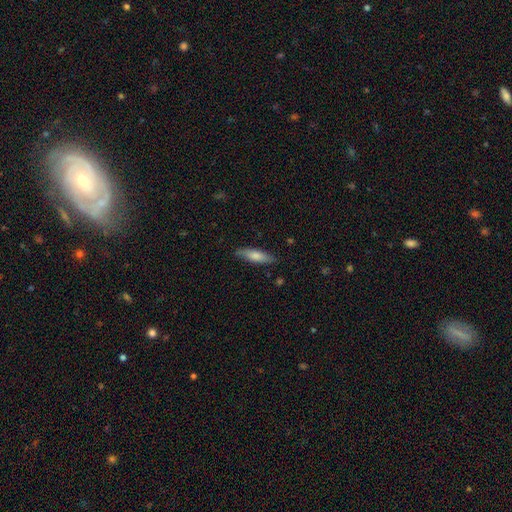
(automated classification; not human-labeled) The model was most divided on "how rounded": cigar-shaped: 65%, in between: 33%, round: 2%. More confident: merging — none (84%); smooth or featured — smooth (71%).